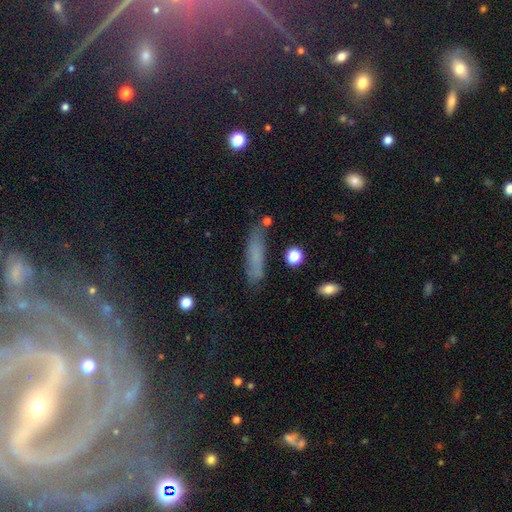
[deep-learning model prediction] Smooth or featured? smooth (62%)
How rounded? cigar-shaped (74%)
Merging? none (76%)